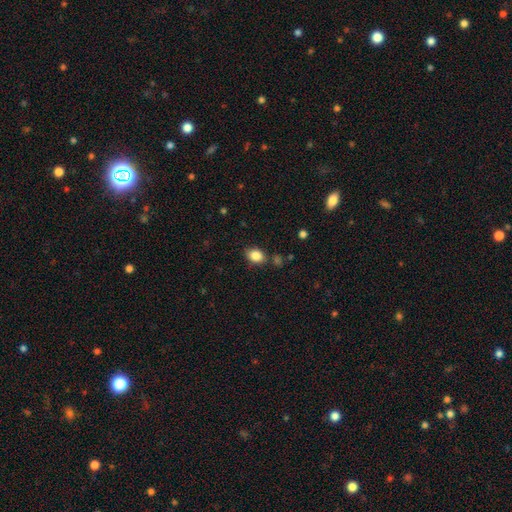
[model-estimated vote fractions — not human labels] A smooth galaxy with no disk features (86%) that is in between round and cigar-shaped (70%). Merging: none (78%).